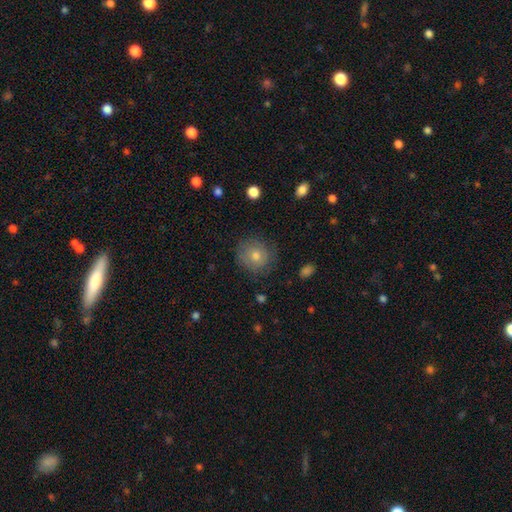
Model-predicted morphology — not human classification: This appears to be a smooth galaxy with no disk features (64%) that is round (89%). Merging: none (82%).